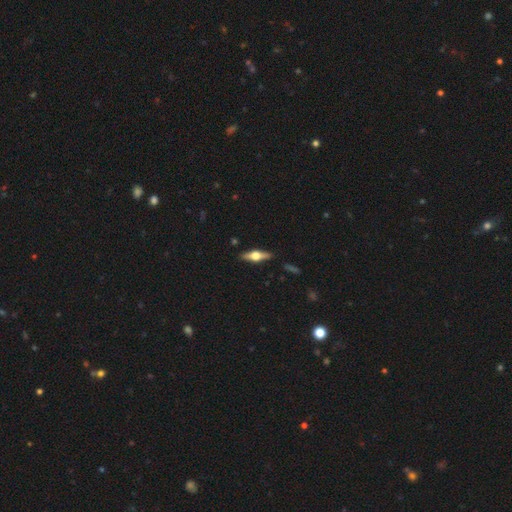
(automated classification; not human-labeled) smooth-or-featured: featured or disk: 70% | smooth: 24% | star or artifact: 6%
  disk-edge-on: yes: 96% | no: 4%
    edge-on-bulge: rounded: 95% | boxy: 4% | none: 1%
  merging: none: 88% | minor disturbance: 9% | major disturbance: 2% | merger: 1%